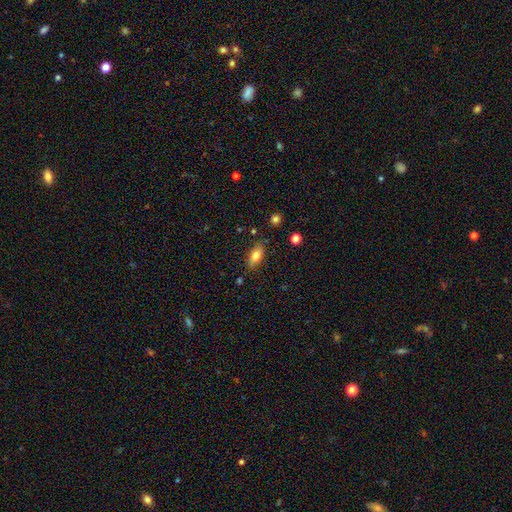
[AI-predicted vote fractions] This appears to be a smooth galaxy with no disk features (76%) that is in between round and cigar-shaped (84%). Merging: none (82%).